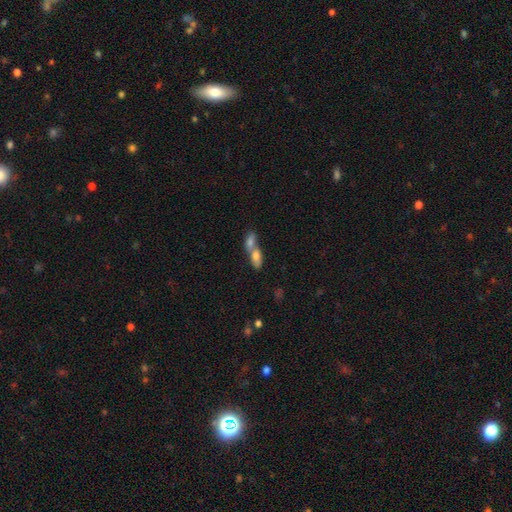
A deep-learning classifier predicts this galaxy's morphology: A smooth galaxy with no disk features (72%) that is in between round and cigar-shaped (77%). Merging: merger (74%).